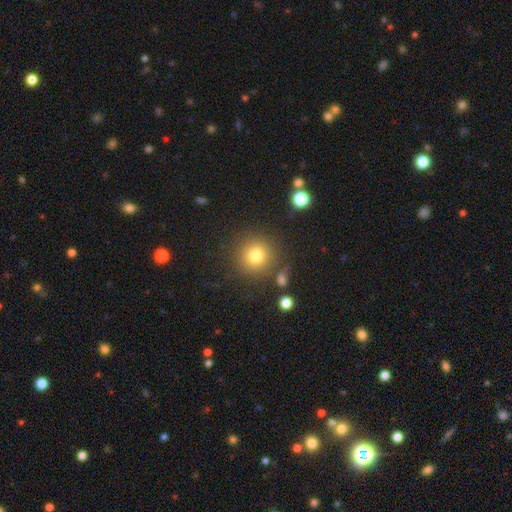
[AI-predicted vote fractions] Smooth or featured? Predicted: smooth (p=0.78). How rounded? Predicted: round (p=0.92). Merging? Predicted: none (p=0.83).